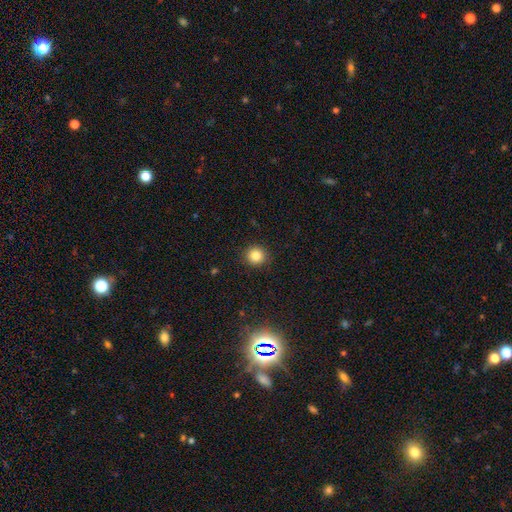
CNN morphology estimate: Smooth or featured? smooth (83%)
How rounded? round (92%)
Merging? none (91%)